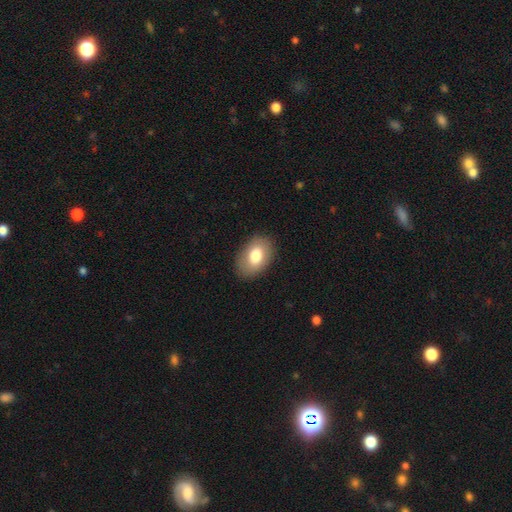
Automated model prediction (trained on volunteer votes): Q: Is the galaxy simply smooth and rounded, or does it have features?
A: smooth — 79%.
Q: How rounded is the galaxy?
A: in between — 86%.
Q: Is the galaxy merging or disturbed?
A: none — 87%.